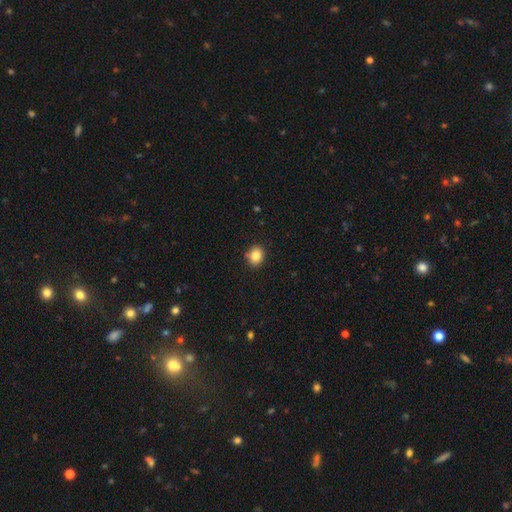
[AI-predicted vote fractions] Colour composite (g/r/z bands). It shows a smooth galaxy with no disk features (84%) that is round (63%). Merging: none (85%).